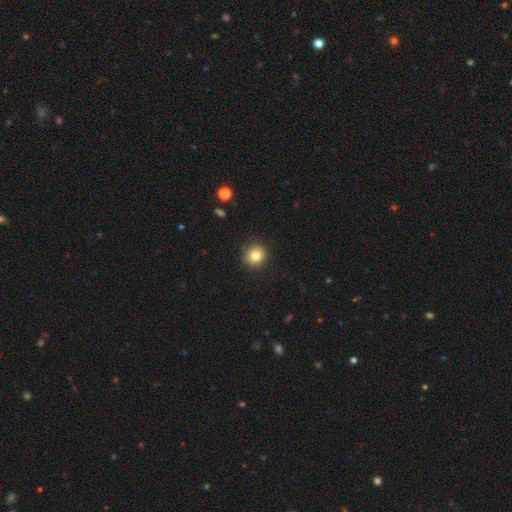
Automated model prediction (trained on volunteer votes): A smooth galaxy with no disk features (82%) that is round (90%).

Vote fractions:
- Smooth or featured? smooth: 82% / star or artifact: 11% / featured or disk: 7%
- How rounded? round: 90% / in between: 9% / cigar-shaped: 1%
- Merging? none: 89% / minor disturbance: 8% / major disturbance: 2% / merger: 1%